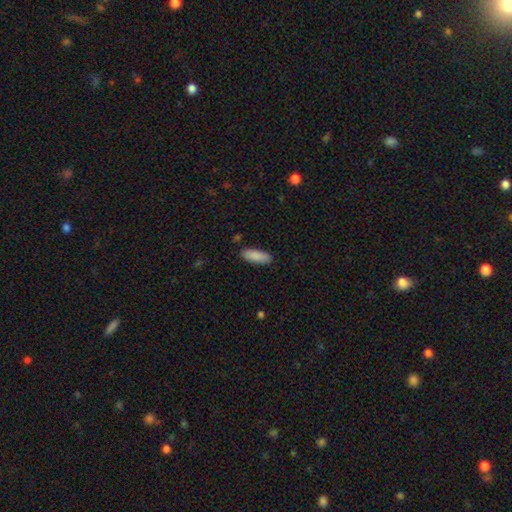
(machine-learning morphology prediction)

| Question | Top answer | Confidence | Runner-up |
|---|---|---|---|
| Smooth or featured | smooth | 89% | star or artifact (6%) |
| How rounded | in between | 64% | cigar-shaped (35%) |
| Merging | none | 86% | minor disturbance (10%) |